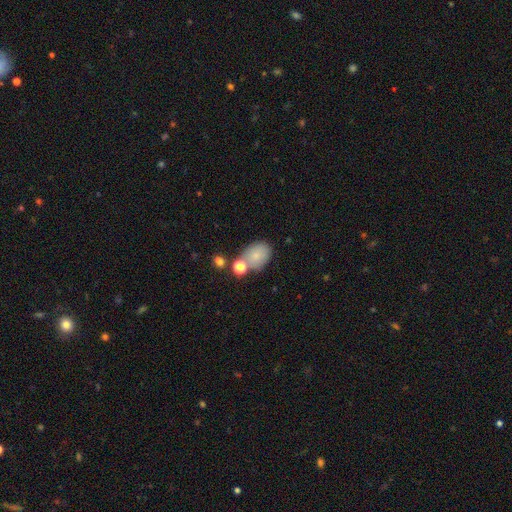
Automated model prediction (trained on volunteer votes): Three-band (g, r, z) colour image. It shows a smooth galaxy with no disk features (78%) that is in between round and cigar-shaped (76%). Merging: none (60%).